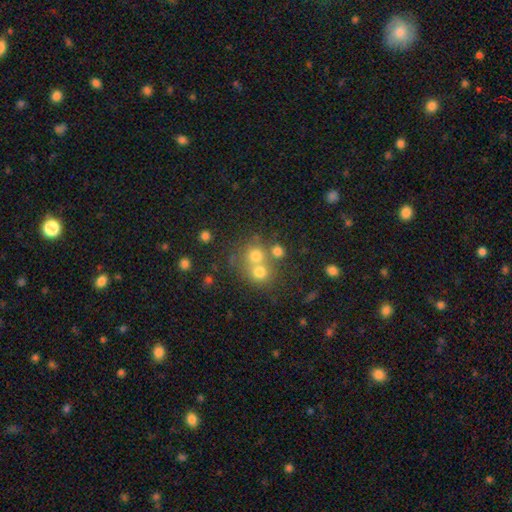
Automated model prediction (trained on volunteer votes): Smooth or featured? smooth (69%)
How rounded? round (84%)
Merging? none (46%)